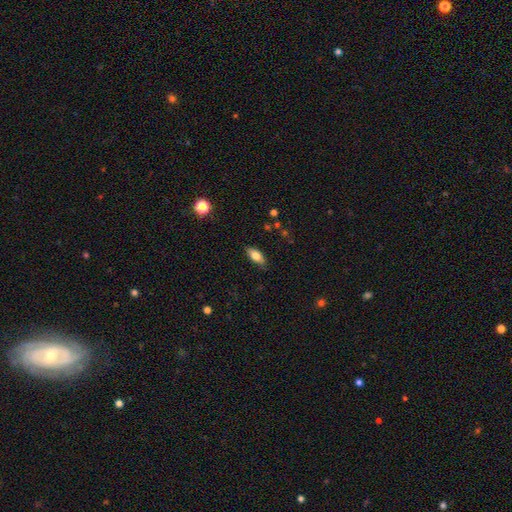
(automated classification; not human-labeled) smooth 75%, featured or disk 18%, star or artifact 7%. Down the decision tree: how rounded — in between (82%); merging — none (86%).